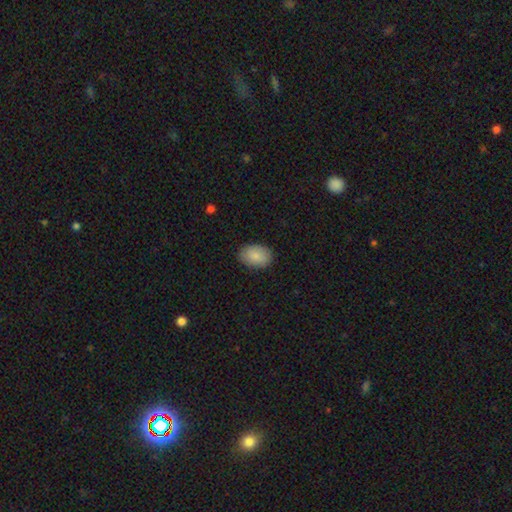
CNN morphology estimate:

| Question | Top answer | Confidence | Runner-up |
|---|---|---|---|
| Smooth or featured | smooth | 87% | featured or disk (7%) |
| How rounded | in between | 85% | round (14%) |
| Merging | none | 87% | minor disturbance (10%) |